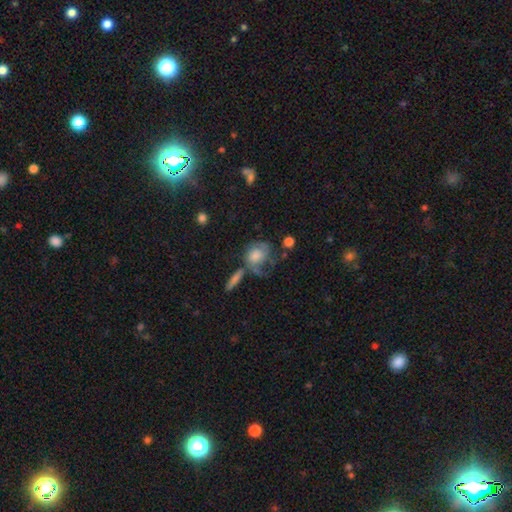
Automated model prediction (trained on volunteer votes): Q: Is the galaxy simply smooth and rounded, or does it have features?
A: featured or disk — 48%.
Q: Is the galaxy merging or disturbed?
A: none — 40%.